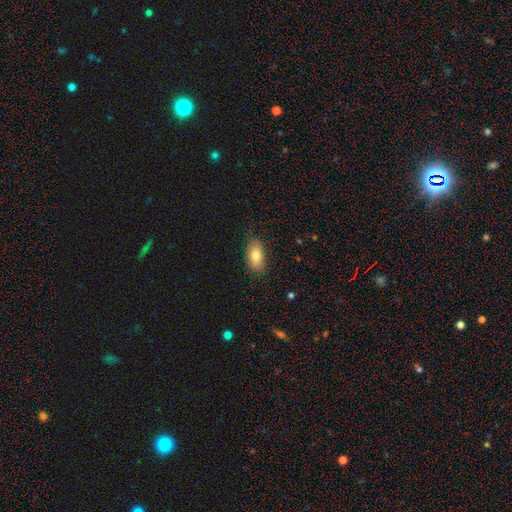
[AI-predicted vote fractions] Overall: smooth (79%). How rounded: in between (90%). Merging: none (81%).